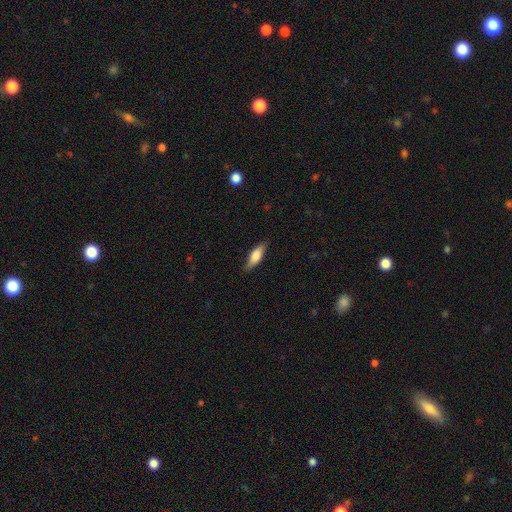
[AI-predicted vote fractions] Smooth or featured?
  - smooth: 73% *
  - featured or disk: 21%
  - star or artifact: 6%
How rounded?
  - in between: 55% *
  - cigar-shaped: 43%
  - round: 2%
Merging?
  - none: 82% *
  - minor disturbance: 14%
  - major disturbance: 3%
  - merger: 1%